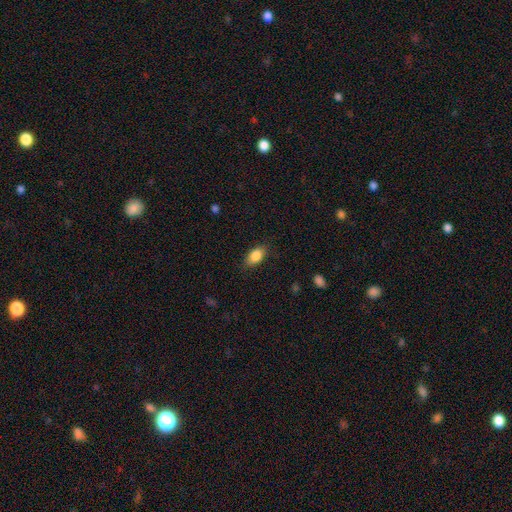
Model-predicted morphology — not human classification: Q: Smooth or featured?
A: smooth (86%); runner-up: star or artifact (7%)
Q: How rounded?
A: in between (89%); runner-up: round (7%)
Q: Merging?
A: none (83%); runner-up: minor disturbance (13%)